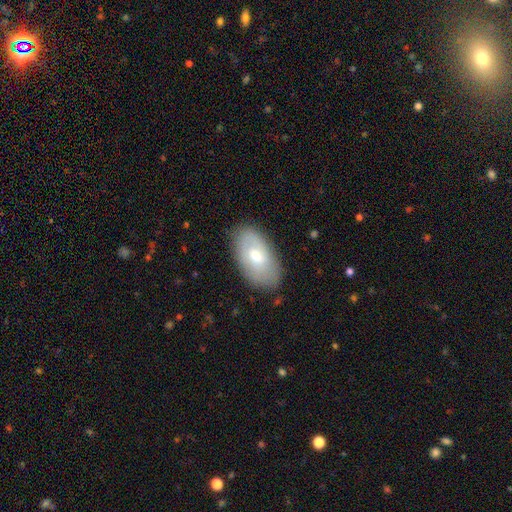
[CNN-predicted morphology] smooth 56%, featured or disk 37%, star or artifact 6%. Down the decision tree: how rounded — in between (94%); merging — none (82%).